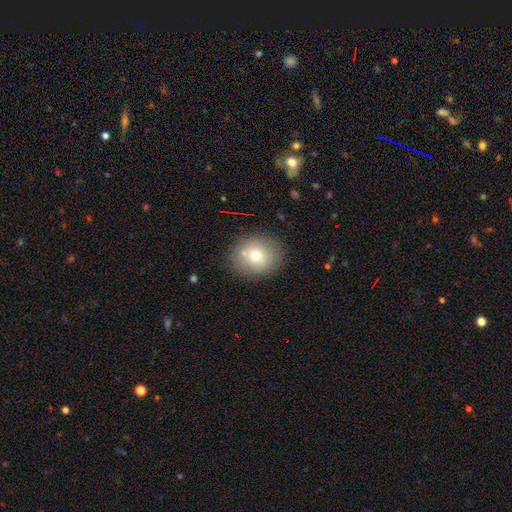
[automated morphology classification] A smooth galaxy with no disk features (69%) that is round (72%).

Vote fractions:
- Smooth or featured? smooth: 69% / featured or disk: 19% / star or artifact: 12%
- How rounded? round: 72% / in between: 27% / cigar-shaped: 1%
- Merging? none: 81% / minor disturbance: 11% / merger: 5% / major disturbance: 3%